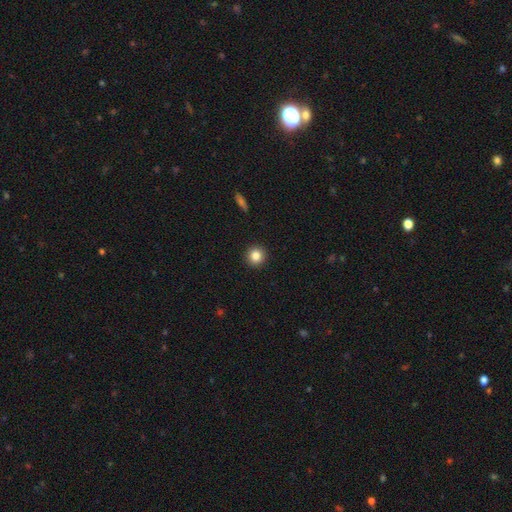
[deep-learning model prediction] Smooth or featured? Predicted: smooth (p=0.85). How rounded? Predicted: round (p=0.94). Merging? Predicted: none (p=0.93).